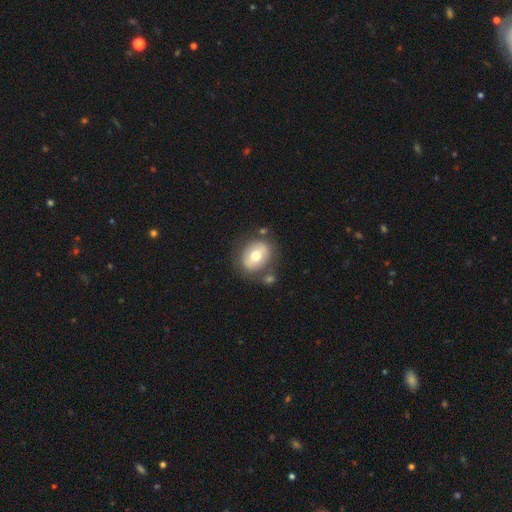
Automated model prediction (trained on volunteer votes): This is likely a smooth galaxy (60%). How rounded: possibly in between (58%). Merging: likely none (70%).